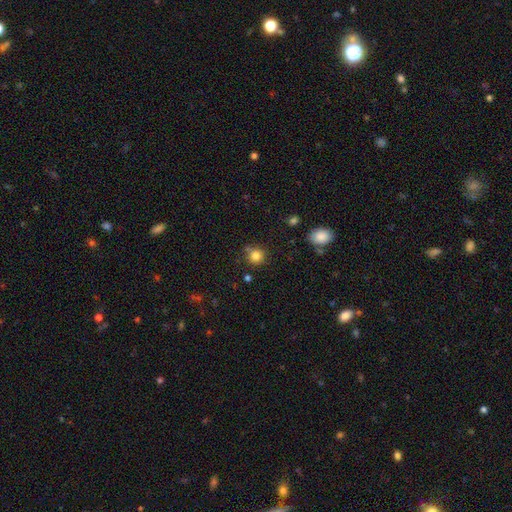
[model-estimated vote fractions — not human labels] The model was most divided on "merging": none: 78%, minor disturbance: 11%, merger: 8%, major disturbance: 3%. More confident: how rounded — round (91%); smooth or featured — smooth (82%).